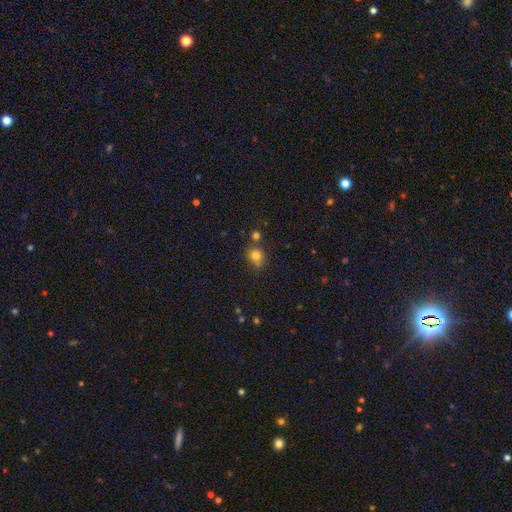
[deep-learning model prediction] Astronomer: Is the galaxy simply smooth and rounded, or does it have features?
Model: smooth — 79%.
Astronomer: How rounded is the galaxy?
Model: round — 85%.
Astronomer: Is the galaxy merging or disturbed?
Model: none — 66%.